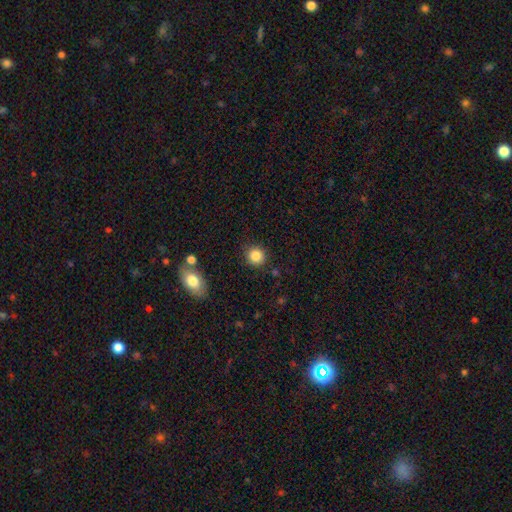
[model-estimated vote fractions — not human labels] Smooth or featured? Predicted: smooth (p=0.86). How rounded? Predicted: round (p=0.89). Merging? Predicted: none (p=0.87).